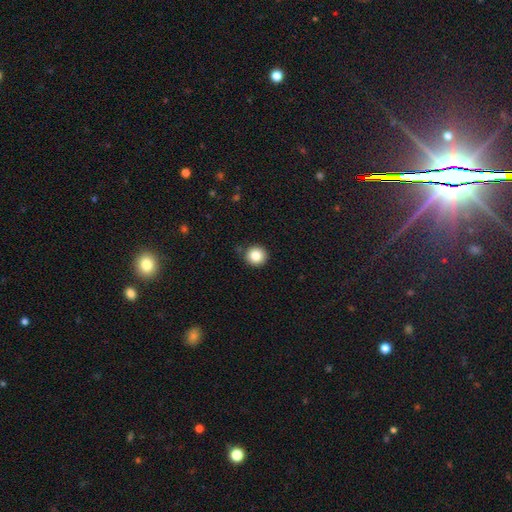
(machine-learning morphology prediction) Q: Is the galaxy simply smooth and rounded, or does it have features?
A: smooth — 84%.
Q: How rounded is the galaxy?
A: round — 93%.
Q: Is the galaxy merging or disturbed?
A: none — 85%.